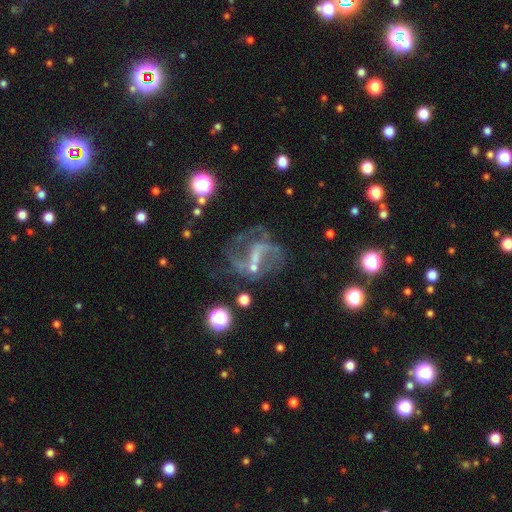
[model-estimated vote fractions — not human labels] A featured or disk galaxy (72%) with a weak bar (42%), 2 (63%) loose (50%) spiral arms (78%) and a small central bulge (44%).

Vote fractions:
- Smooth or featured? featured or disk: 72% / star or artifact: 16% / smooth: 11%
- Edge-on disk? no: 96% / yes: 4%
- Bar? weak: 42% / strong: 32% / no: 27%
- Spiral arms? yes: 78% / no: 22%
- Spiral winding? loose: 50% / medium: 37% / tight: 13%
- Spiral arm count? 2: 63% / can't tell: 17% / 1: 9% / 3: 6% / 4: 3% / more than 4: 3%
- Bulge size? small: 44% / none: 37% / moderate: 15% / large: 2% / dominant: 1%
- Merging? none: 44% / major disturbance: 29% / minor disturbance: 17% / merger: 10%